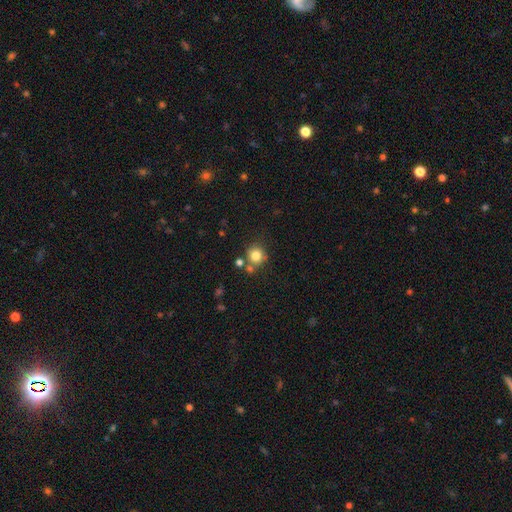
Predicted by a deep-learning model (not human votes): Smooth or featured? Predicted: smooth (p=0.80). How rounded? Predicted: round (p=0.89). Merging? Predicted: none (p=0.69).